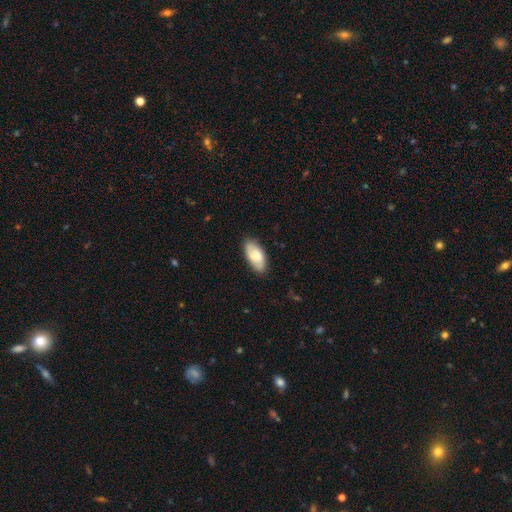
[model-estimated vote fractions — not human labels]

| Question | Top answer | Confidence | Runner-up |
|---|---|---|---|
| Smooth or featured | smooth | 68% | featured or disk (26%) |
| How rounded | in between | 91% | cigar-shaped (6%) |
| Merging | none | 82% | minor disturbance (14%) |